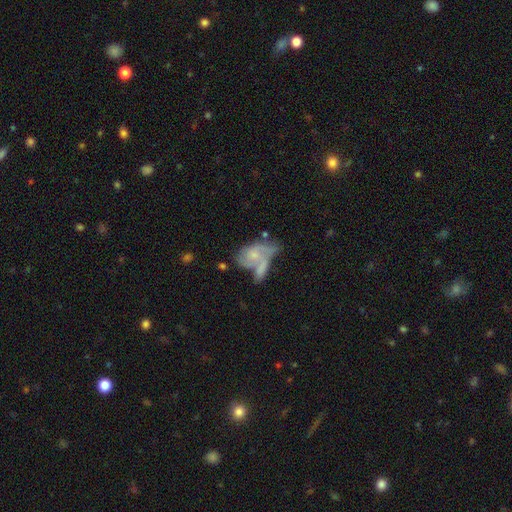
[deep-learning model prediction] A featured or disk galaxy (58%) with no bar (76%), spiral arms (69%) and a small central bulge (53%).

Vote fractions:
- Smooth or featured? featured or disk: 58% / smooth: 34% / star or artifact: 8%
- Edge-on disk? no: 95% / yes: 5%
- Bar? no: 76% / weak: 20% / strong: 4%
- Spiral arms? yes: 69% / no: 31%
- Bulge size? small: 53% / moderate: 27% / none: 16% / large: 3% / dominant: 1%
- Merging? merger: 47% / none: 23% / major disturbance: 16% / minor disturbance: 15%